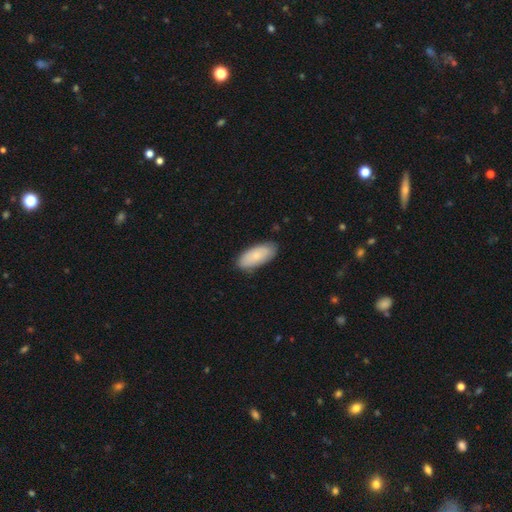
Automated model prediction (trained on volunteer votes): smooth-or-featured: smooth: 78% | featured or disk: 17% | star or artifact: 6%
  how-rounded: in between: 91% | cigar-shaped: 7% | round: 2%
  merging: none: 83% | minor disturbance: 14% | major disturbance: 2% | merger: 1%